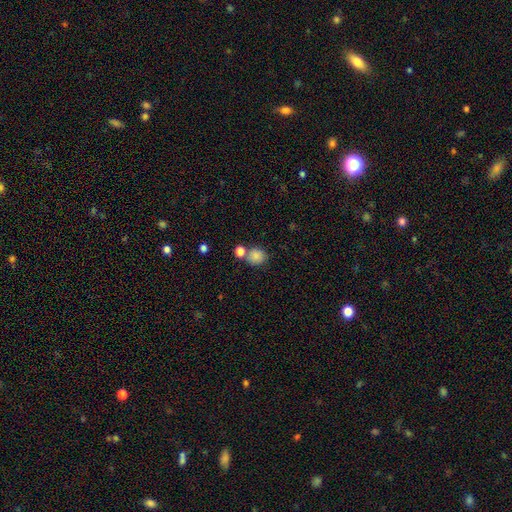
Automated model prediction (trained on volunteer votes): The model was most divided on "merging": none: 61%, merger: 24%, minor disturbance: 11%, major disturbance: 4%. More confident: smooth or featured — smooth (84%); how rounded — round (80%).